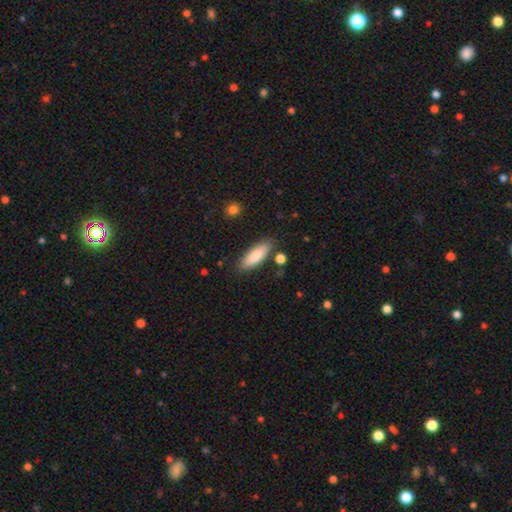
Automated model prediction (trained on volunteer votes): smooth-or-featured: smooth: 81% | featured or disk: 13% | star or artifact: 6%
  how-rounded: in between: 60% | cigar-shaped: 38% | round: 2%
  merging: none: 83% | minor disturbance: 11% | merger: 4% | major disturbance: 2%